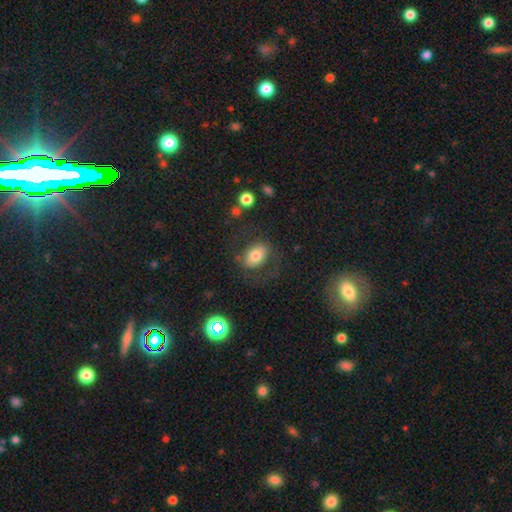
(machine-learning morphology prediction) A smooth galaxy with no disk features (67%) that is in between round and cigar-shaped (73%).

Vote fractions:
- Smooth or featured? smooth: 67% / featured or disk: 24% / star or artifact: 9%
- How rounded? in between: 73% / round: 26% / cigar-shaped: 1%
- Merging? none: 63% / major disturbance: 18% / minor disturbance: 17% / merger: 3%